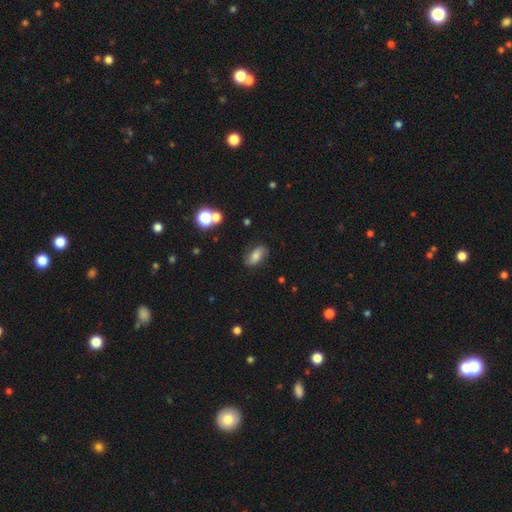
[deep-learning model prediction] Smooth or featured? smooth (61%)
How rounded? in between (86%)
Merging? none (76%)